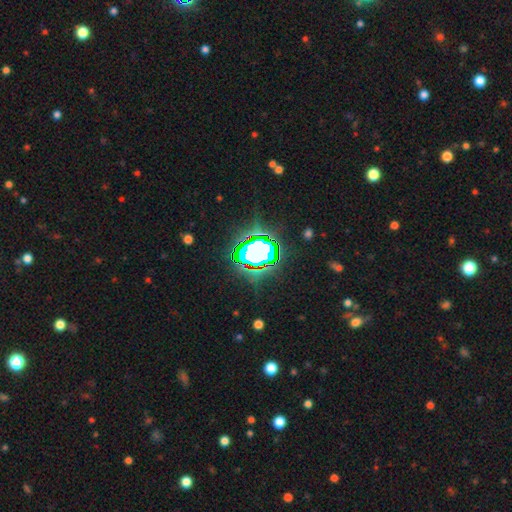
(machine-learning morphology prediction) smooth-or-featured: star or artifact: 68% | smooth: 17% | featured or disk: 15%